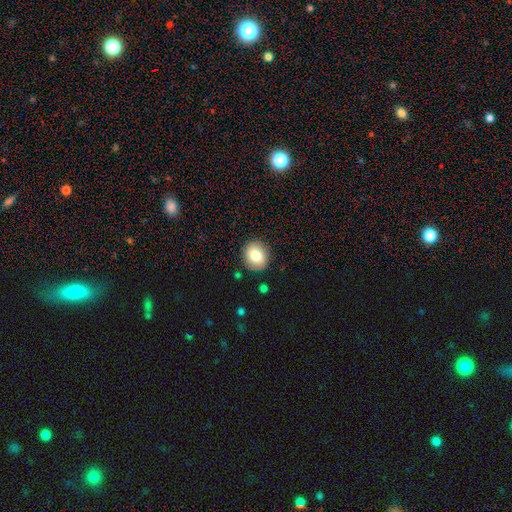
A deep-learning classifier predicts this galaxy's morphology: A smooth galaxy with no disk features (79%) that is round (70%). Merging: none (88%).